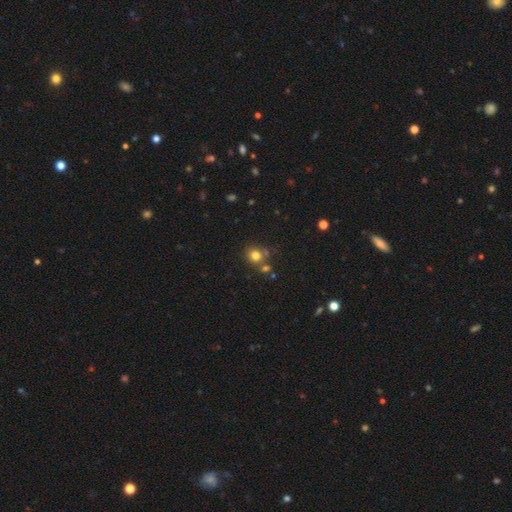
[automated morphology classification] Smooth or featured?
  - smooth: 77% *
  - star or artifact: 15%
  - featured or disk: 8%
How rounded?
  - round: 86% *
  - in between: 14%
  - cigar-shaped: 1%
Merging?
  - none: 67% *
  - merger: 18%
  - minor disturbance: 10%
  - major disturbance: 4%